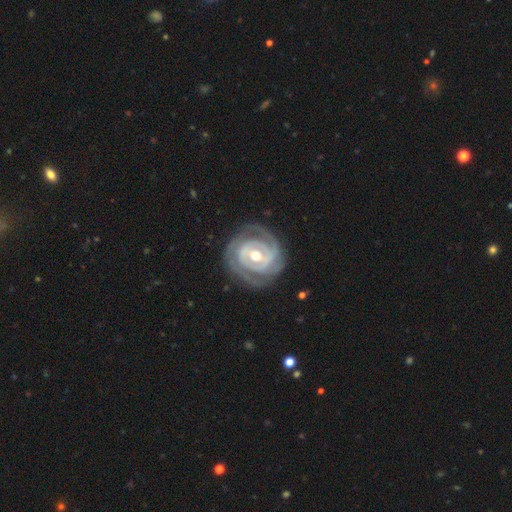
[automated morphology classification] A featured or disk galaxy (89%) with a weak bar (38%), 2 (53%) tight (77%) spiral arms (95%) and a moderate central bulge (70%).

Vote fractions:
- Smooth or featured? featured or disk: 89% / smooth: 7% / star or artifact: 4%
- Edge-on disk? no: 97% / yes: 3%
- Bar? weak: 38% / no: 34% / strong: 28%
- Spiral arms? yes: 95% / no: 5%
- Spiral winding? tight: 77% / medium: 20% / loose: 4%
- Spiral arm count? 2: 53% / 3: 17% / can't tell: 17% / 4: 5% / 1: 4% / more than 4: 4%
- Bulge size? moderate: 70% / small: 24% / large: 4% / dominant: 1% / none: 1%
- Merging? none: 80% / minor disturbance: 14% / major disturbance: 5% / merger: 1%